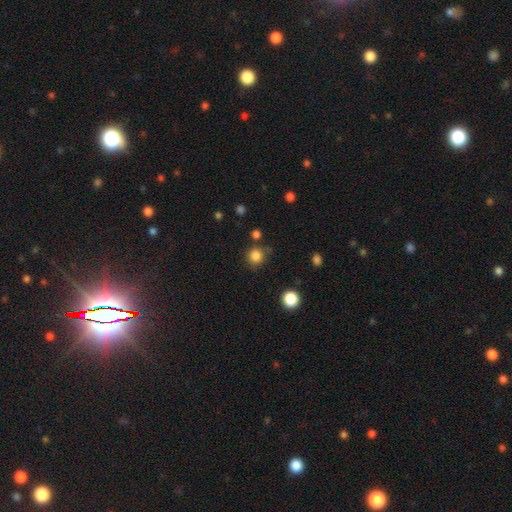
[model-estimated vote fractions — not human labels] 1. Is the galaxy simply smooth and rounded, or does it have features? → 84% smooth, 13% star or artifact, 4% featured or disk.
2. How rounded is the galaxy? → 92% round, 7% in between, 1% cigar-shaped.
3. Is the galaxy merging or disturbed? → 81% none, 10% minor disturbance, 5% merger, 4% major disturbance.